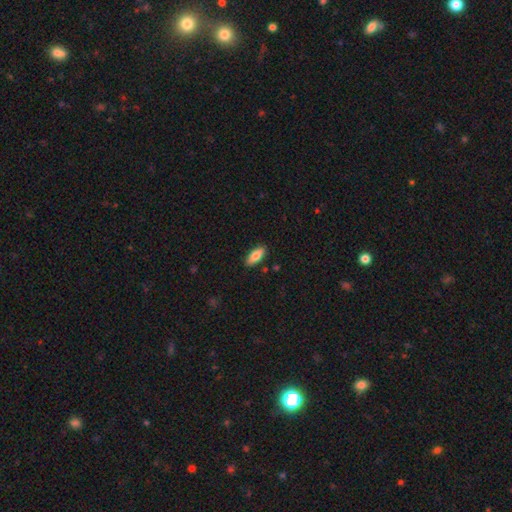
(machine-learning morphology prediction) This appears to be a smooth galaxy with no disk features (79%) that is in between round and cigar-shaped (79%). Merging: none (89%).